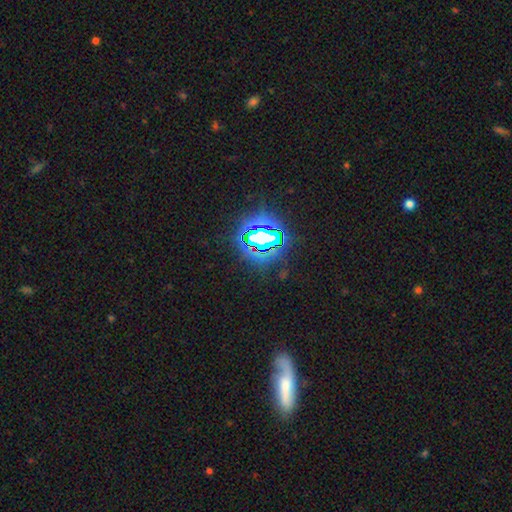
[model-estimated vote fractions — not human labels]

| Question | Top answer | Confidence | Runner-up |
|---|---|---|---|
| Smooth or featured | star or artifact | 75% | smooth (14%) |